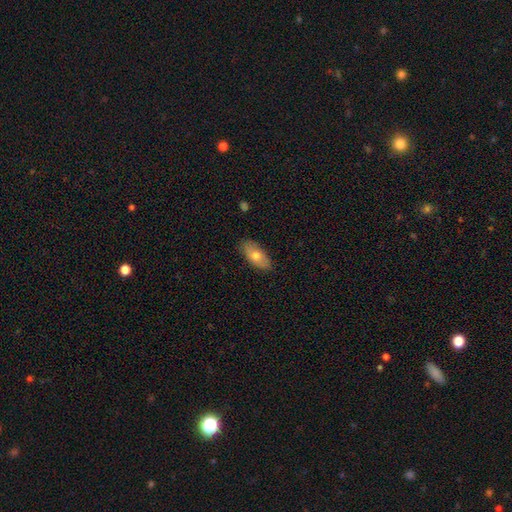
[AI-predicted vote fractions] smooth_or_featured: smooth (p=0.70) [alt: featured or disk p=0.24]
how_rounded: in between (p=0.88) [alt: cigar-shaped p=0.09]
merging: none (p=0.85) [alt: minor disturbance p=0.12]